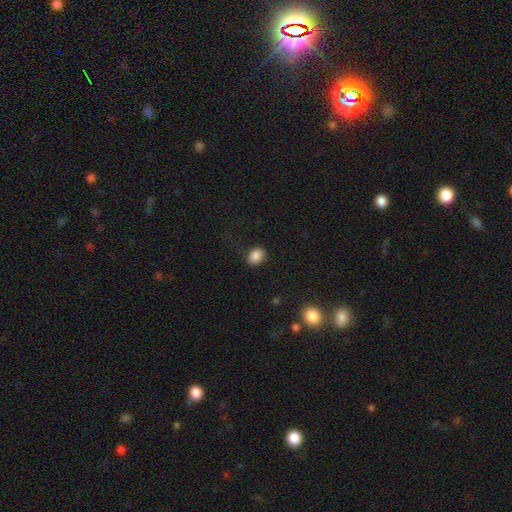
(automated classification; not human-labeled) The model was most divided on "how rounded": in between: 64%, round: 35%, cigar-shaped: 1%. More confident: smooth or featured — smooth (87%); merging — none (82%).